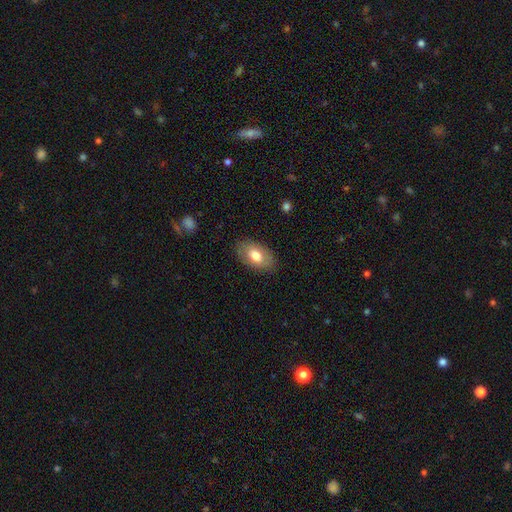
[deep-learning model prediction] A smooth galaxy with no disk features (74%) that is in between round and cigar-shaped (91%).

Vote fractions:
- Smooth or featured? smooth: 74% / featured or disk: 20% / star or artifact: 7%
- How rounded? in between: 91% / round: 7% / cigar-shaped: 1%
- Merging? none: 85% / minor disturbance: 11% / major disturbance: 3% / merger: 1%